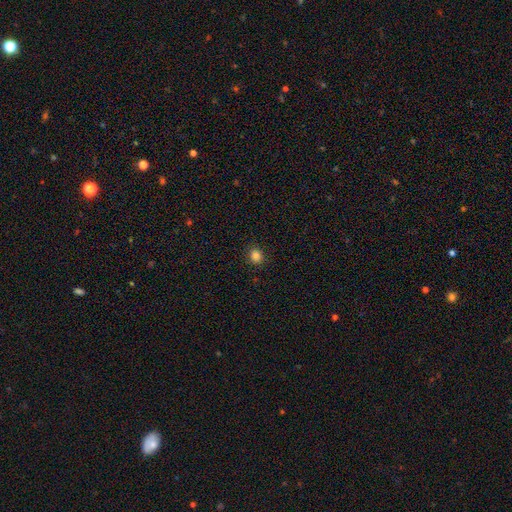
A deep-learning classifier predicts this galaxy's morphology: This appears to be a smooth galaxy with no disk features (85%) that is round (71%). Merging: none (89%).